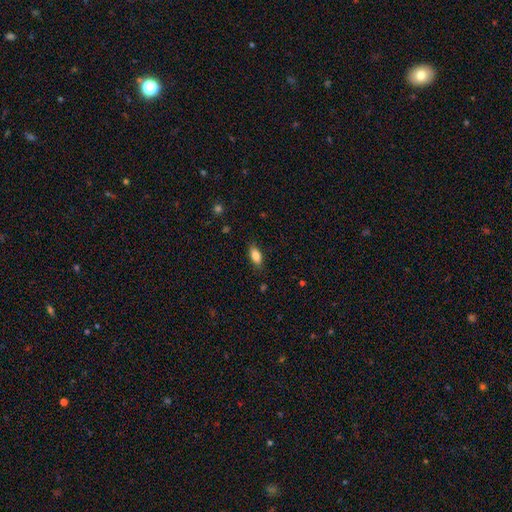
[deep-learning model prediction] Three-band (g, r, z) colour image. It shows a smooth galaxy with no disk features (84%) that is in between round and cigar-shaped (87%). Merging: none (83%).